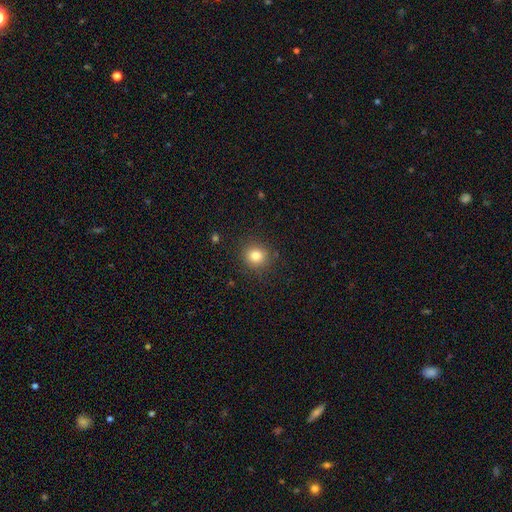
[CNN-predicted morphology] smooth 81%, star or artifact 12%, featured or disk 7%. Down the decision tree: how rounded — round (84%); merging — none (87%).